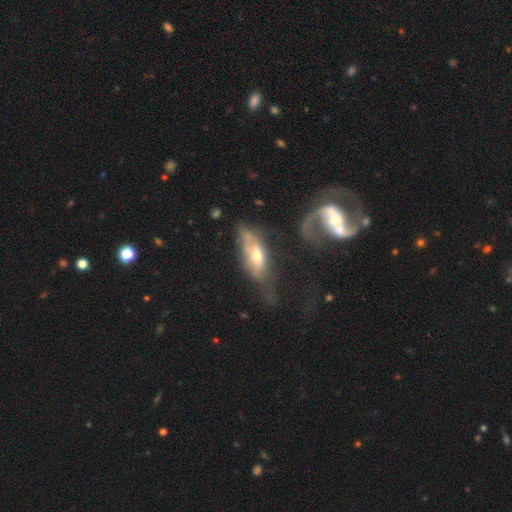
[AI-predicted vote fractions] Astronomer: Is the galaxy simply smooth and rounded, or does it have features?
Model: featured or disk — 57% (runner-up: smooth, 35%).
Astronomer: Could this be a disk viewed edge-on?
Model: no — 74%.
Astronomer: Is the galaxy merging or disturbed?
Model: major disturbance — 32% (runner-up: none, 29%).